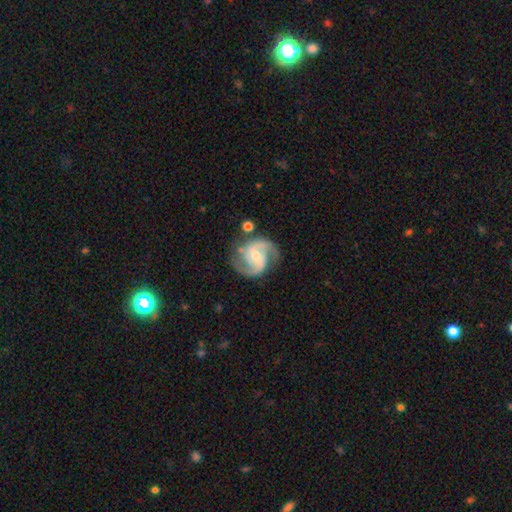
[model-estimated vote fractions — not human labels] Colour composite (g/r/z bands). It shows a featured or disk galaxy (90%) with no bar (44%, tied with weak), 2 (87%) medium (59%) spiral arms (98%) and a small central bulge (49%). Merging: none (75%).